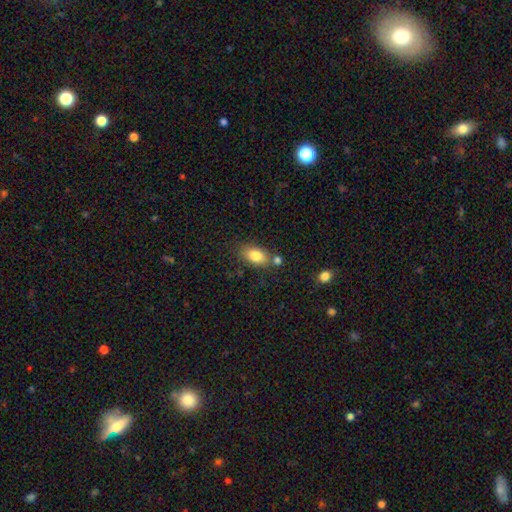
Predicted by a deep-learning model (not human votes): smooth_or_featured: smooth (p=0.82) [alt: featured or disk p=0.10]
how_rounded: in between (p=0.88) [alt: round p=0.07]
merging: none (p=0.70) [alt: minor disturbance p=0.14]